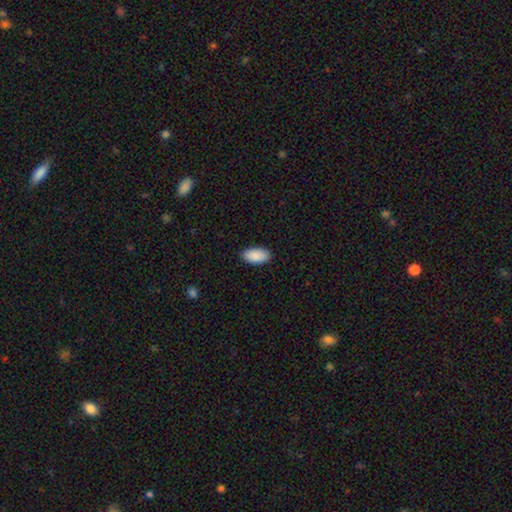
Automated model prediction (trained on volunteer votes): A smooth galaxy with no disk features (91%) that is in between round and cigar-shaped (95%).

Vote fractions:
- Smooth or featured? smooth: 91% / star or artifact: 6% / featured or disk: 3%
- How rounded? in between: 95% / cigar-shaped: 3% / round: 2%
- Merging? none: 87% / minor disturbance: 10% / major disturbance: 2% / merger: 1%